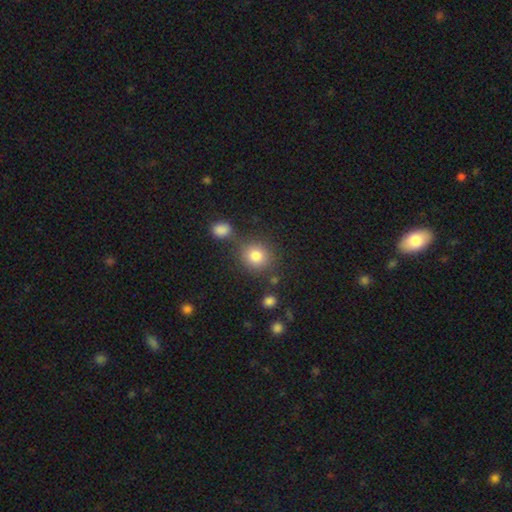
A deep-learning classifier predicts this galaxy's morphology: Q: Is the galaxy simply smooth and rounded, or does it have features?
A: smooth — 81%.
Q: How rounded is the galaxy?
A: round — 84%.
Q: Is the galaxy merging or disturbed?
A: none — 70%.